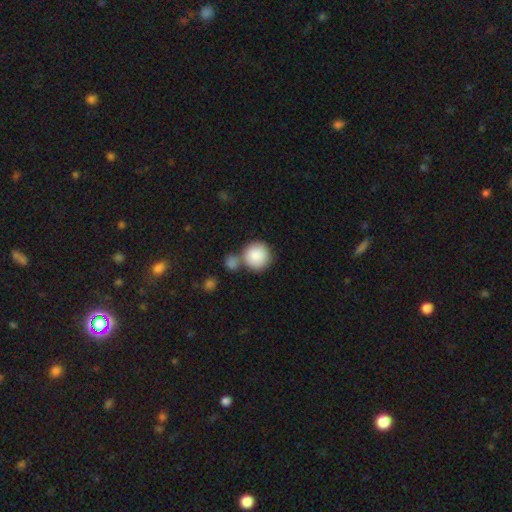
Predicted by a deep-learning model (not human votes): Smooth or featured?
  - smooth: 87% *
  - featured or disk: 7%
  - star or artifact: 7%
How rounded?
  - round: 92% *
  - in between: 7%
  - cigar-shaped: 1%
Merging?
  - none: 53% *
  - merger: 32%
  - minor disturbance: 11%
  - major disturbance: 4%